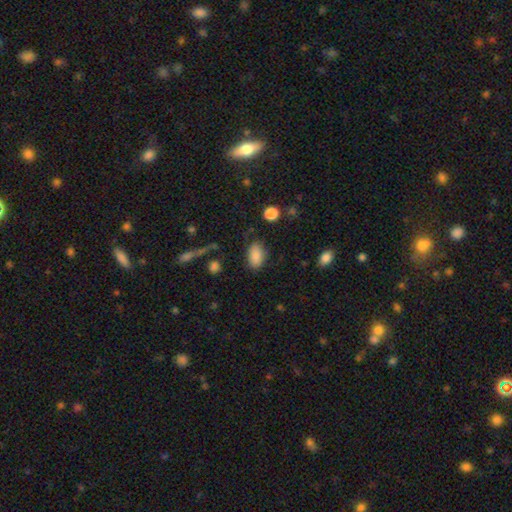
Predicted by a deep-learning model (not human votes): smooth_or_featured: smooth (p=0.86) [alt: star or artifact p=0.08]
how_rounded: in between (p=0.91) [alt: round p=0.07]
merging: none (p=0.78) [alt: minor disturbance p=0.16]